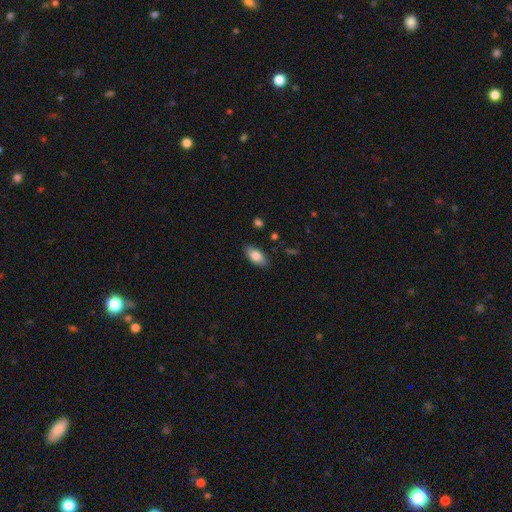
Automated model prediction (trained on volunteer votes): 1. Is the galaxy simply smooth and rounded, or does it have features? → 82% smooth, 12% featured or disk, 7% star or artifact.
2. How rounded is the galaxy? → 90% in between, 7% cigar-shaped, 3% round.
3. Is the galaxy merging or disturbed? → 87% none, 10% minor disturbance, 2% major disturbance, 1% merger.